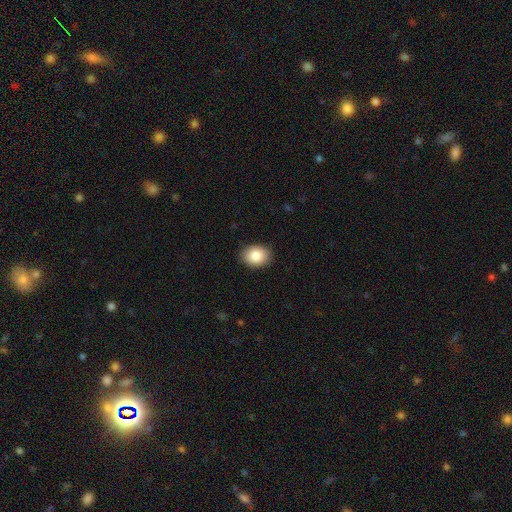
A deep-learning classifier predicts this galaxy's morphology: The model was most divided on "how rounded": in between: 67%, round: 33%, cigar-shaped: 1%. More confident: merging — none (88%); smooth or featured — smooth (86%).